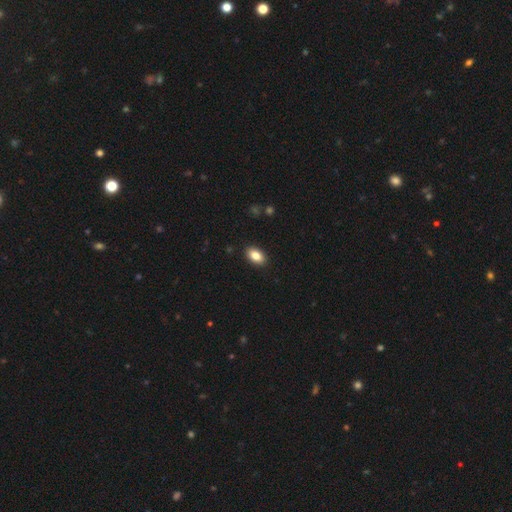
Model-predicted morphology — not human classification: Smooth or featured? smooth (85%)
How rounded? in between (91%)
Merging? none (90%)